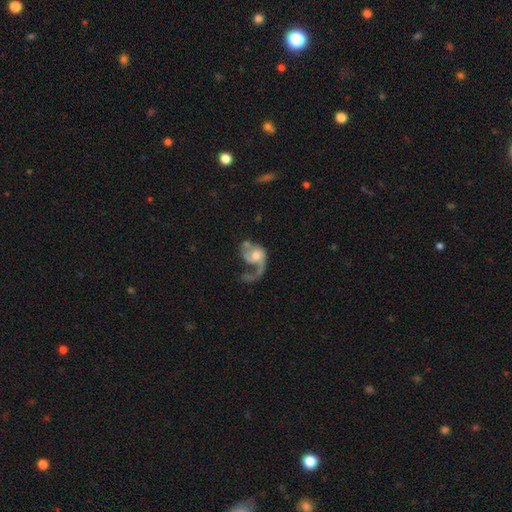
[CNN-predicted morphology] A featured or disk galaxy (78%) with no bar (70%), 1 (58%) loose (64%) spiral arms (89%) and a moderate central bulge (59%). Merging: major disturbance (48%).